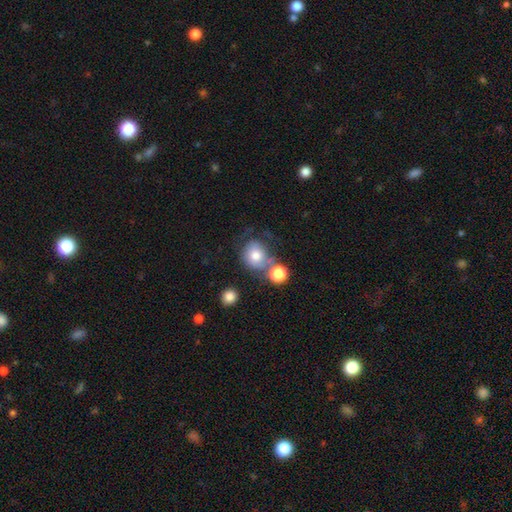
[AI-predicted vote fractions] Smooth or featured: smooth — 76% (featured or disk — 15%)
How rounded: round — 77% (in between — 22%)
Merging: none — 42% (merger — 32%)